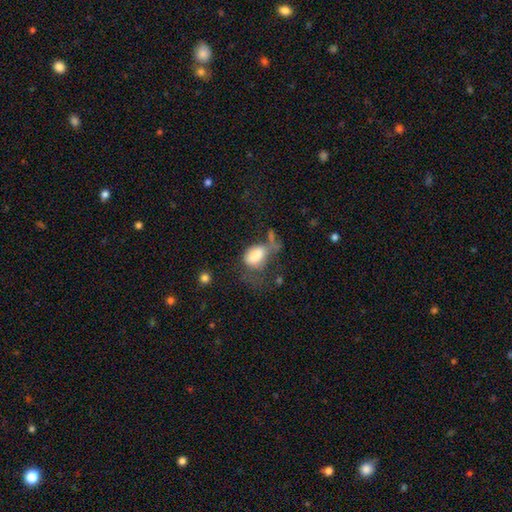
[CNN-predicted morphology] smooth_or_featured: smooth (p=0.73) [alt: featured or disk p=0.18]
how_rounded: in between (p=0.86) [alt: round p=0.11]
merging: major disturbance (p=0.44) [alt: minor disturbance p=0.20]